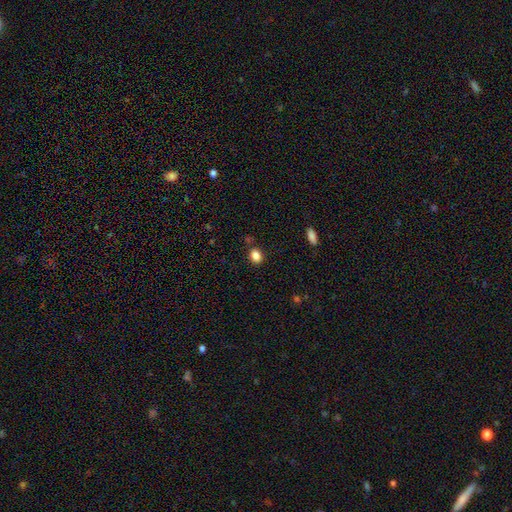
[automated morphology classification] Smooth or featured? Predicted: smooth (p=0.85). How rounded? Predicted: in between (p=0.59). Merging? Predicted: none (p=0.80).